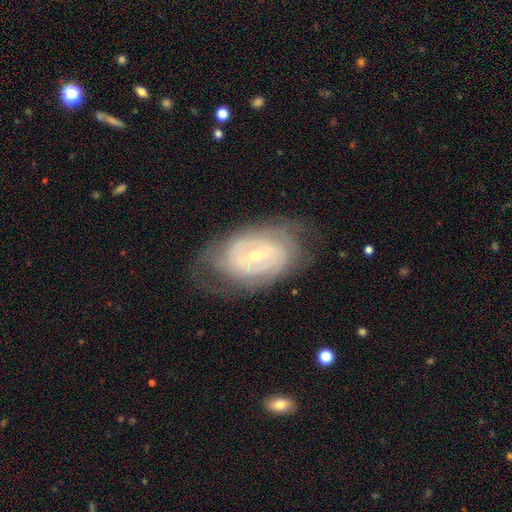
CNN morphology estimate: featured or disk 81%, smooth 12%, star or artifact 6%. Down the decision tree: edge-on disk — no (95%); bar — weak (49%); spiral arms — yes (87%); spiral arm count — can't tell (45%); spiral winding — tight (70%); bulge size — small (73%); merging — none (68%).